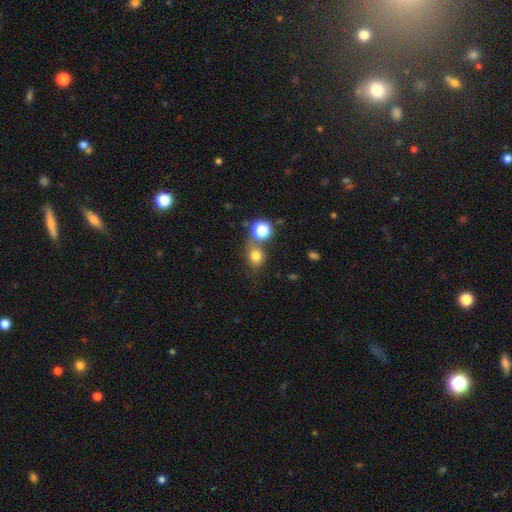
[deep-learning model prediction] Smooth or featured: smooth — 76% (star or artifact — 16%)
How rounded: round — 68% (in between — 31%)
Merging: none — 59% (merger — 23%)